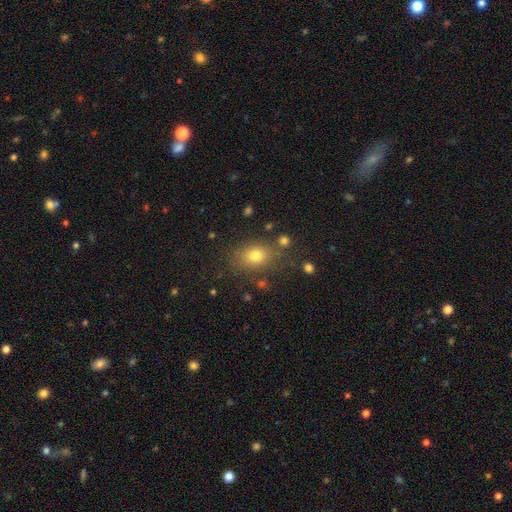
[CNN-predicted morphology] smooth_or_featured: smooth (p=0.75) [alt: star or artifact p=0.14]
how_rounded: in between (p=0.61) [alt: round p=0.38]
merging: none (p=0.77) [alt: minor disturbance p=0.13]